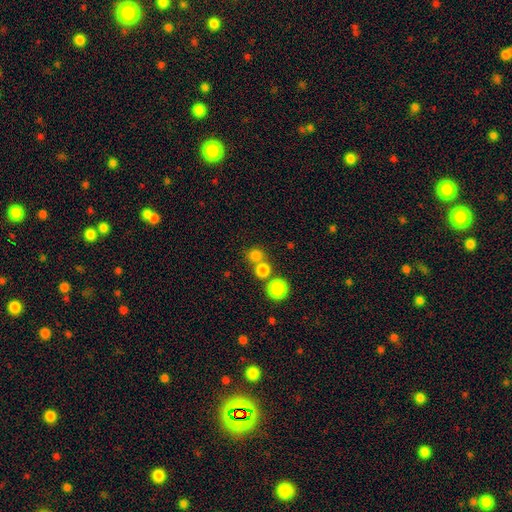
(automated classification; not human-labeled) smooth-or-featured: smooth: 78% | star or artifact: 15% | featured or disk: 6%
  how-rounded: round: 89% | in between: 10% | cigar-shaped: 1%
  merging: none: 61% | merger: 29% | minor disturbance: 6% | major disturbance: 3%